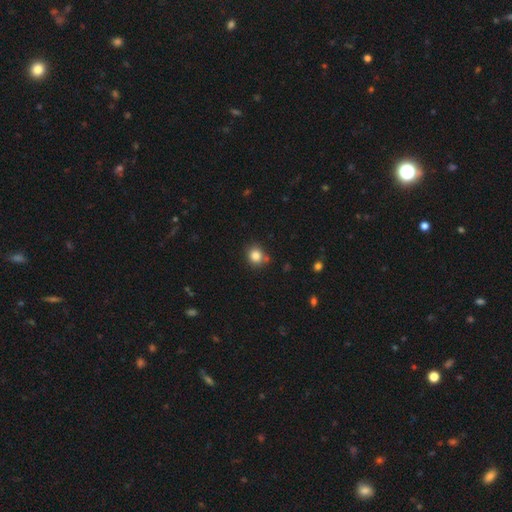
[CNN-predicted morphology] A smooth galaxy with no disk features (83%) that is round (84%). Merging: none (76%).